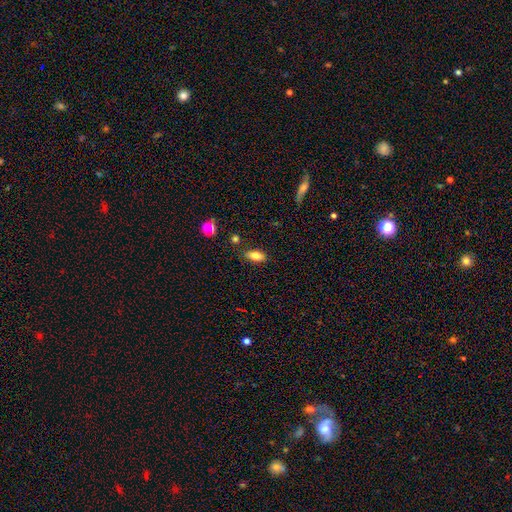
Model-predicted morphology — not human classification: smooth-or-featured: smooth: 79% | featured or disk: 12% | star or artifact: 9%
  how-rounded: in between: 87% | cigar-shaped: 9% | round: 4%
  merging: none: 83% | minor disturbance: 11% | merger: 3% | major disturbance: 3%